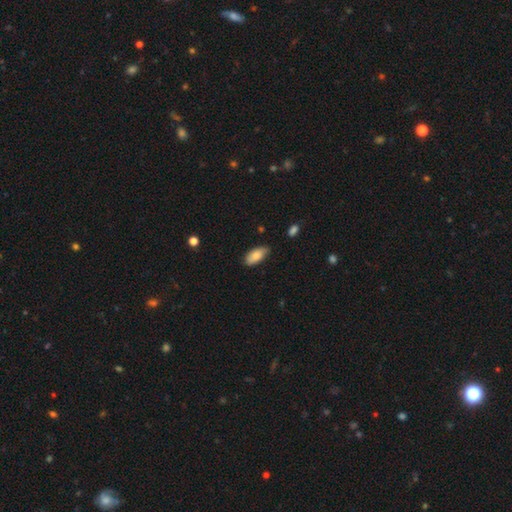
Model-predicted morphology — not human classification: smooth_or_featured: smooth (p=0.82) [alt: featured or disk p=0.12]
how_rounded: in between (p=0.91) [alt: cigar-shaped p=0.07]
merging: none (p=0.73) [alt: minor disturbance p=0.22]